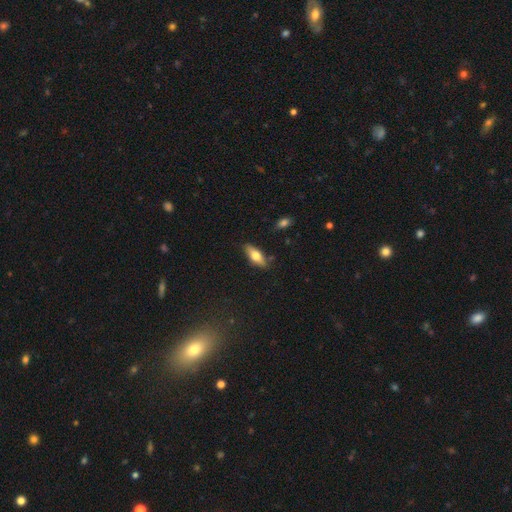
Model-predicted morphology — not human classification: Q: Smooth or featured?
A: smooth (69%); runner-up: featured or disk (25%)
Q: How rounded?
A: in between (71%); runner-up: cigar-shaped (26%)
Q: Merging?
A: none (83%); runner-up: minor disturbance (13%)